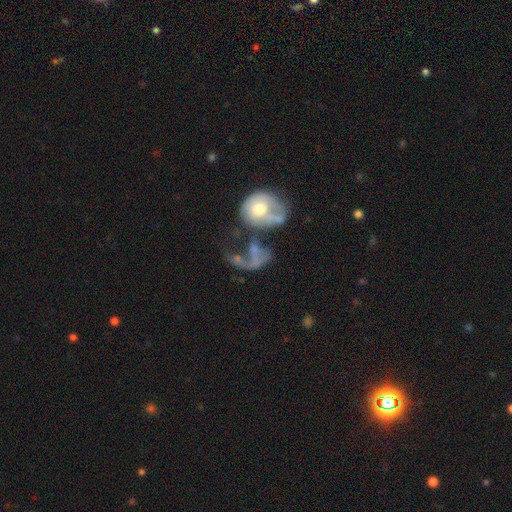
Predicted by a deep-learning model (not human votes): Q: Smooth or featured?
A: featured or disk (52%); runner-up: smooth (36%)
Q: Edge-on disk?
A: no (96%); runner-up: yes (4%)
Q: Bar?
A: no (75%); runner-up: weak (18%)
Q: Spiral arms?
A: no (61%); runner-up: yes (39%)
Q: Bulge size?
A: moderate (33%); tied with: none (33%)
Q: Merging?
A: merger (42%); runner-up: major disturbance (37%)